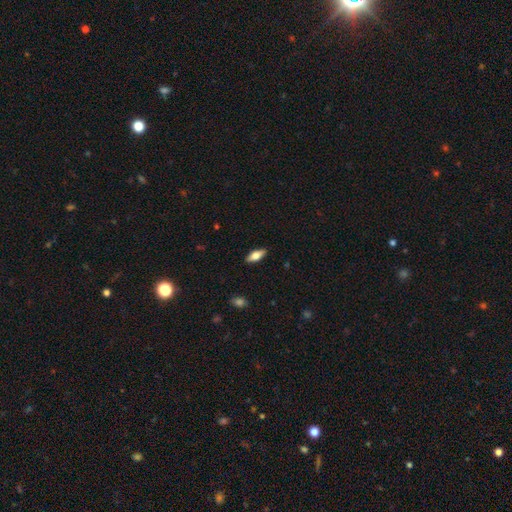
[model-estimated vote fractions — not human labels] This appears to be a smooth galaxy with no disk features (61%) that is in between round and cigar-shaped (75%). Merging: none (88%).